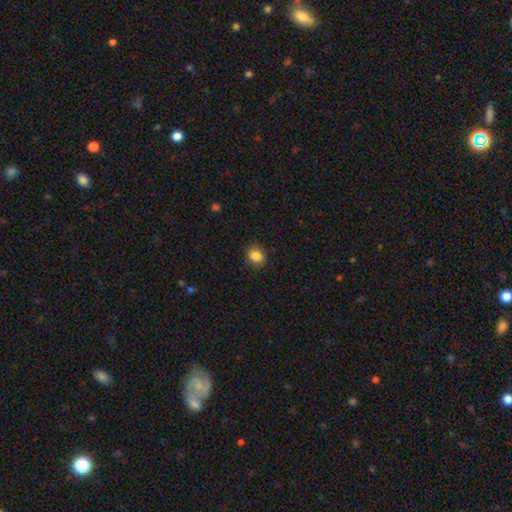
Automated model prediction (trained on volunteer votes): smooth-or-featured: smooth: 85% | star or artifact: 10% | featured or disk: 5%
  how-rounded: round: 64% | in between: 35% | cigar-shaped: 1%
  merging: none: 84% | minor disturbance: 12% | major disturbance: 3% | merger: 1%